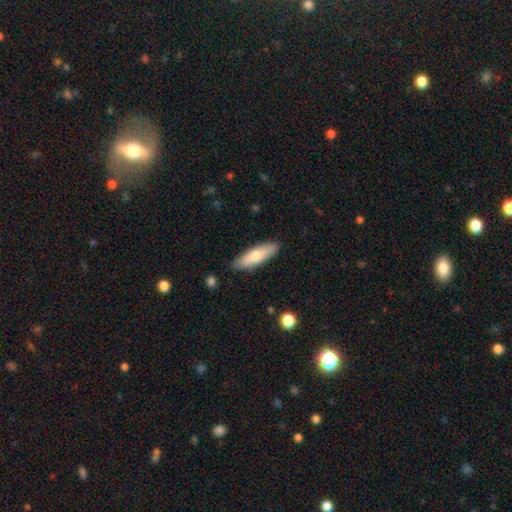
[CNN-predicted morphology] A smooth galaxy with no disk features (70%) that is cigar-shaped (53%).

Vote fractions:
- Smooth or featured? smooth: 70% / featured or disk: 24% / star or artifact: 6%
- How rounded? cigar-shaped: 53% / in between: 45% / round: 2%
- Merging? none: 87% / minor disturbance: 10% / major disturbance: 2% / merger: 1%